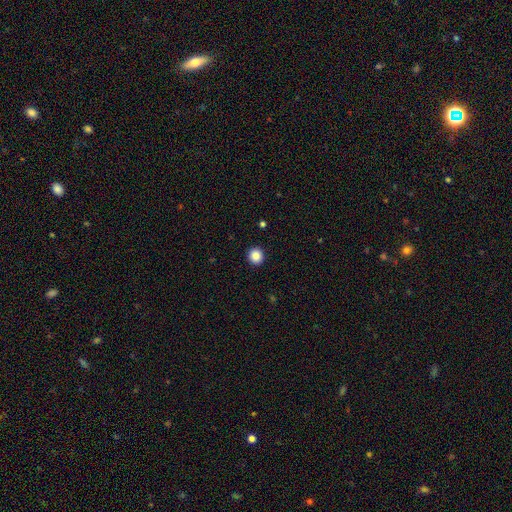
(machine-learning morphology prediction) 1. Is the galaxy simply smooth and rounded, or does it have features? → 87% smooth, 10% star or artifact, 3% featured or disk.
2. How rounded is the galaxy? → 93% round, 6% in between, 1% cigar-shaped.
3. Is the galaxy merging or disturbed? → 93% none, 4% minor disturbance, 2% major disturbance, 1% merger.